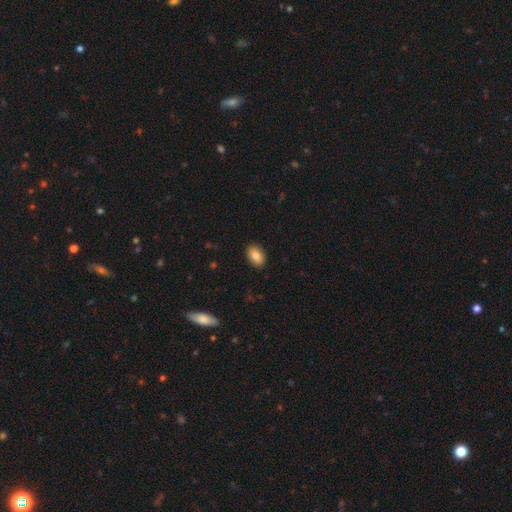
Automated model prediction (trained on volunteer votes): Overall: smooth (83%). How rounded: in between (85%). Merging: none (90%).